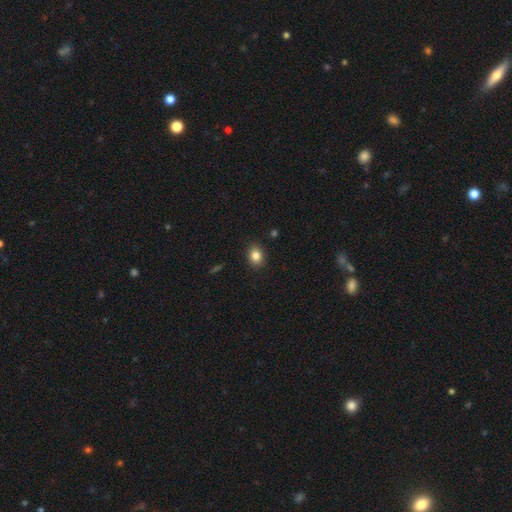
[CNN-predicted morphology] A smooth galaxy with no disk features (84%) that is in between round and cigar-shaped (58%). Merging: none (88%).